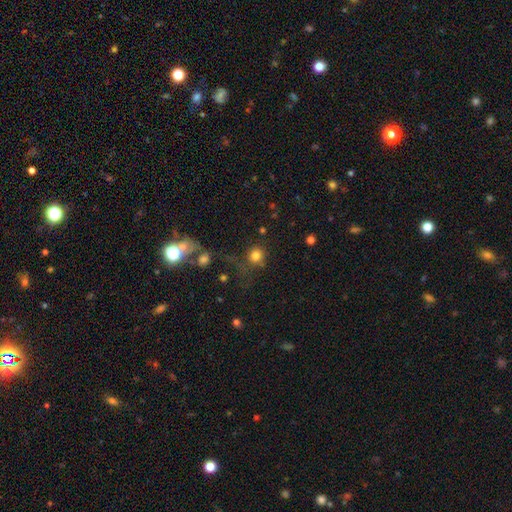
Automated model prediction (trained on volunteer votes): Smooth or featured? Predicted: smooth (p=0.79). How rounded? Predicted: round (p=0.90). Merging? Predicted: none (p=0.65).